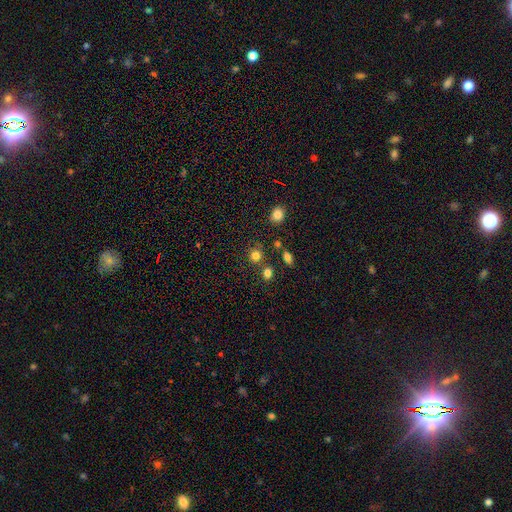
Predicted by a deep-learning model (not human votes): Overall: smooth (80%). How rounded: round (85%). Merging: none (73%).